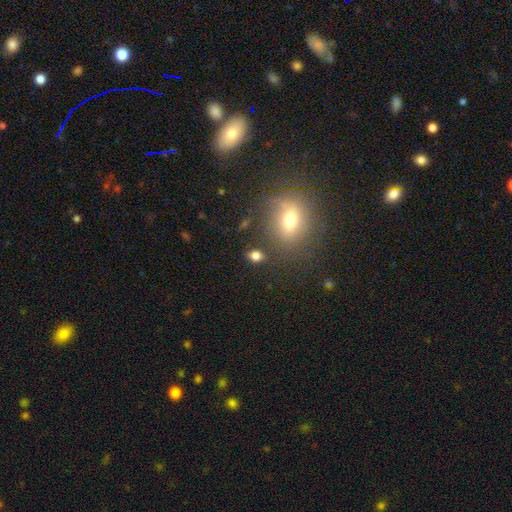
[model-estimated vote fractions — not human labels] Smooth or featured: smooth — 77% (star or artifact — 14%)
How rounded: in between — 68% (round — 29%)
Merging: none — 77% (minor disturbance — 12%)